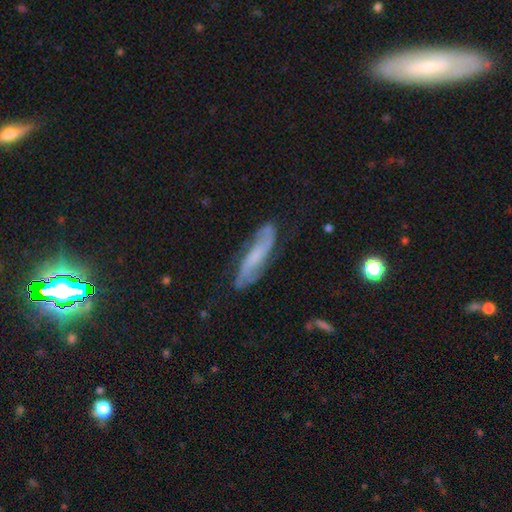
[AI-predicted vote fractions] This is likely a featured or disk galaxy (69%). It is likely not viewed edge-on (78%). Bar: possibly no (45%). Spiral arm pattern: clearly yes (94%). Spiral arm count: clearly 2 (82%). Spiral winding: marginally medium (44%). Central bulge: marginally small (41%). Merging: likely none (78%).